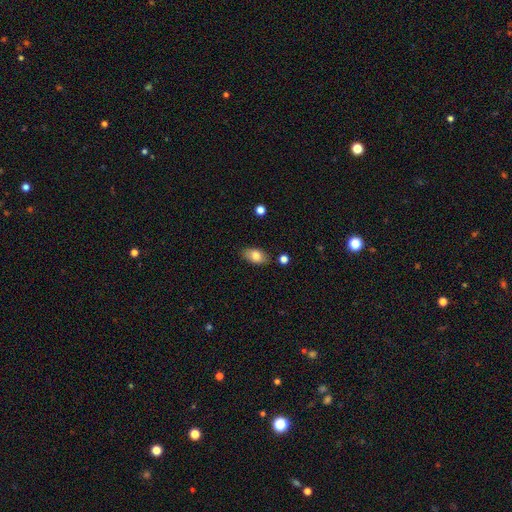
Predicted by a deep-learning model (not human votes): Smooth or featured: smooth — 80% (featured or disk — 12%)
How rounded: in between — 90% (round — 7%)
Merging: none — 83% (minor disturbance — 12%)